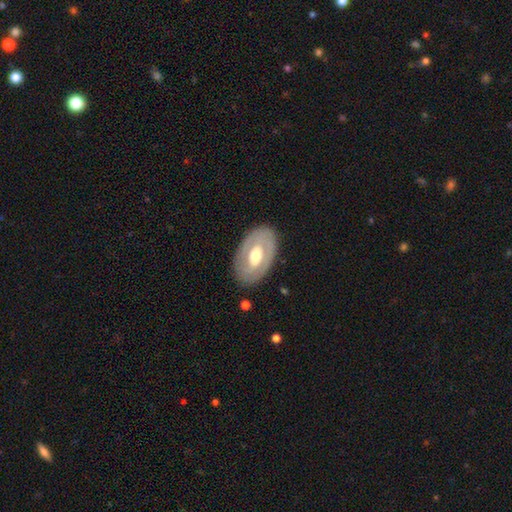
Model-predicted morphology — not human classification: type=featured or disk (63%); edge-on=no (91%); bar=no (53%); spiral arms=no (70%); bulge=moderate (69%); merging=none (85%).